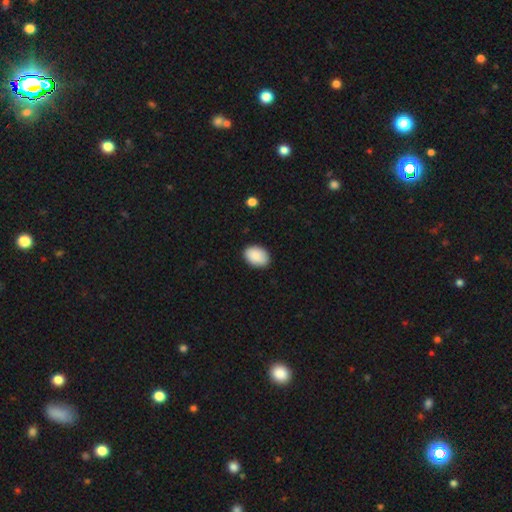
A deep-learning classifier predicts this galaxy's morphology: Overall: smooth (90%). How rounded: in between (81%). Merging: none (85%).